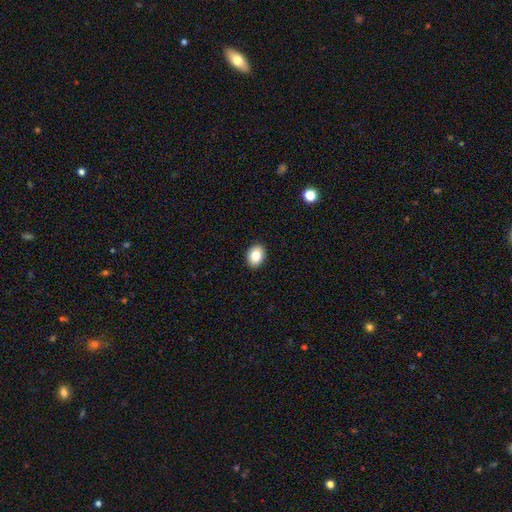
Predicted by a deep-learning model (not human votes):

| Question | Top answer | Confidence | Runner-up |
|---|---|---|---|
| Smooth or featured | smooth | 84% | star or artifact (8%) |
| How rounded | in between | 69% | round (30%) |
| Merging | none | 91% | minor disturbance (6%) |